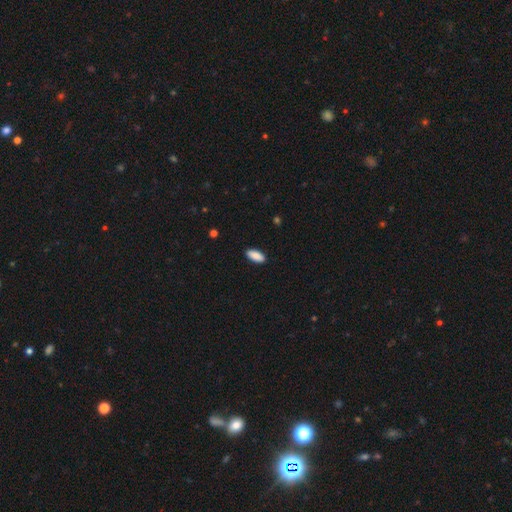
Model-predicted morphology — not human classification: This appears to be a smooth galaxy with no disk features (90%) that is in between round and cigar-shaped (87%). Merging: none (89%).